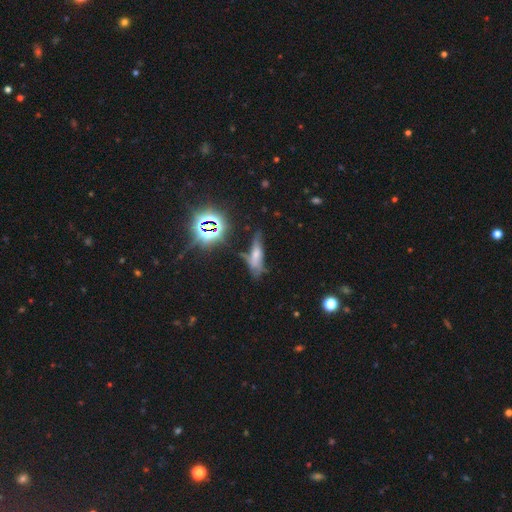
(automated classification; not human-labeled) Smooth or featured? smooth (49%)
Merging? none (45%)